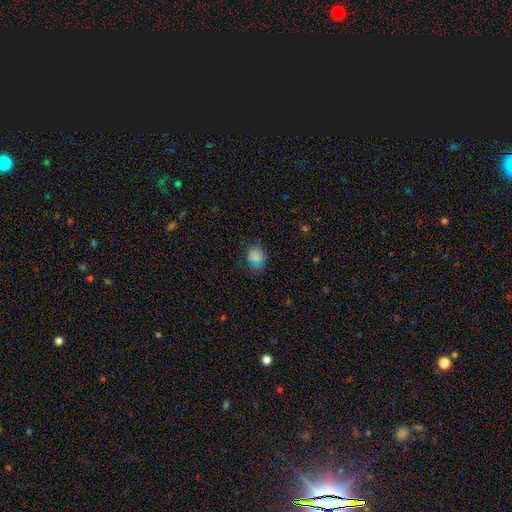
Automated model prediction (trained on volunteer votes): Smooth or featured? smooth (66%)
How rounded? round (78%)
Merging? none (76%)